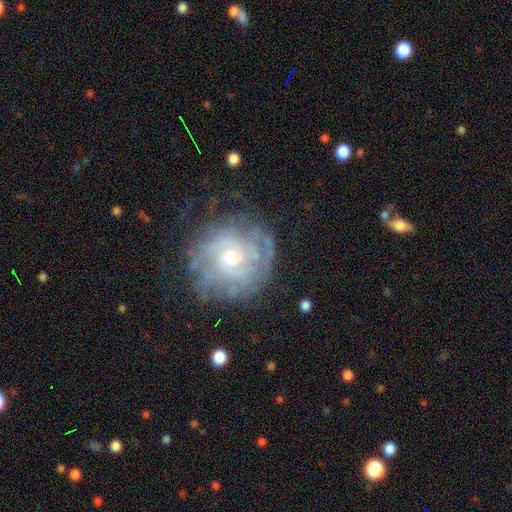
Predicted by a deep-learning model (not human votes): Smooth or featured? Predicted: featured or disk (p=0.72). Edge-on disk? Predicted: no (p=0.96). Bar? Predicted: no (p=0.69). Spiral arms? Predicted: yes (p=0.87). Spiral winding? Predicted: tight (p=0.72). Spiral arm count? Predicted: can't tell (p=0.51). Bulge size? Predicted: moderate (p=0.54). Merging? Predicted: none (p=0.77).